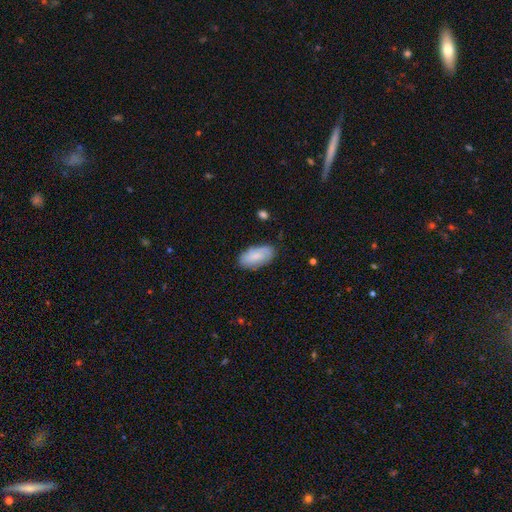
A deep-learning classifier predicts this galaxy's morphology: This appears to be a smooth galaxy with no disk features (62%) that is in between round and cigar-shaped (93%). Merging: none (77%).